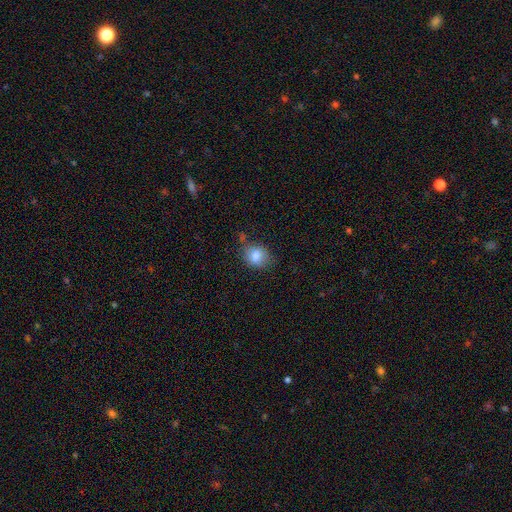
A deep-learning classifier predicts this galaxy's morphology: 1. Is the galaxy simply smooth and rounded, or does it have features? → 82% smooth, 9% featured or disk, 9% star or artifact.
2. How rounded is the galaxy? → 53% round, 46% in between, 1% cigar-shaped.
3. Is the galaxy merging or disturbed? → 66% none, 23% minor disturbance, 6% major disturbance, 5% merger.